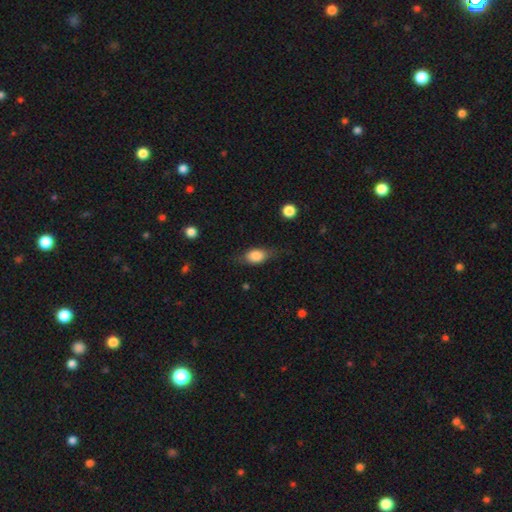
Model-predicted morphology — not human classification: Smooth or featured: smooth — 73% (featured or disk — 19%)
How rounded: in between — 77% (round — 15%)
Merging: none — 68% (minor disturbance — 22%)